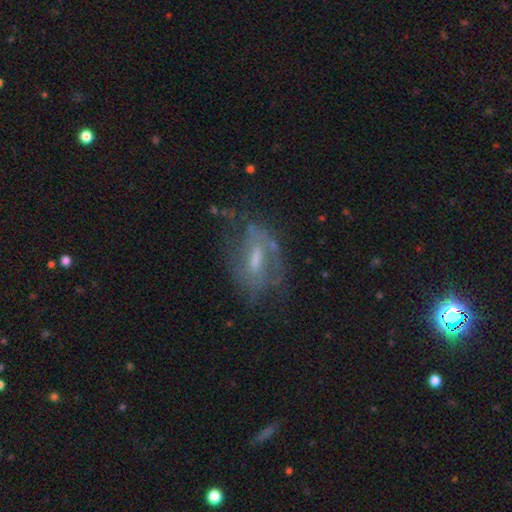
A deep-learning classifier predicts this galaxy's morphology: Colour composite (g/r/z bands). It shows a featured or disk galaxy (68%) with a weak bar (49%), spiral arms (67%) and a moderate central bulge (45%). Merging: none (53%).